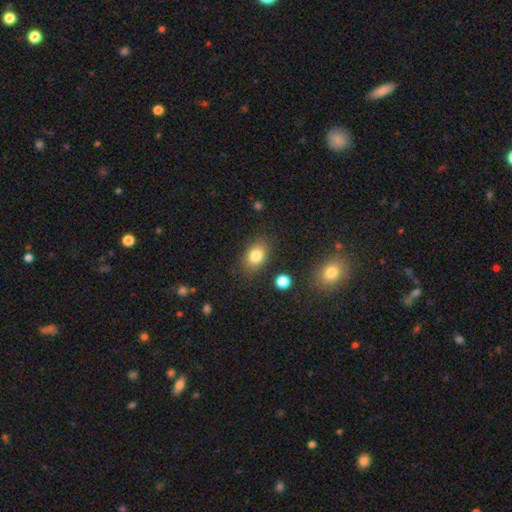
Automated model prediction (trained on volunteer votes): This is clearly a smooth galaxy (82%). How rounded: likely in between (75%). Merging: clearly none (83%).